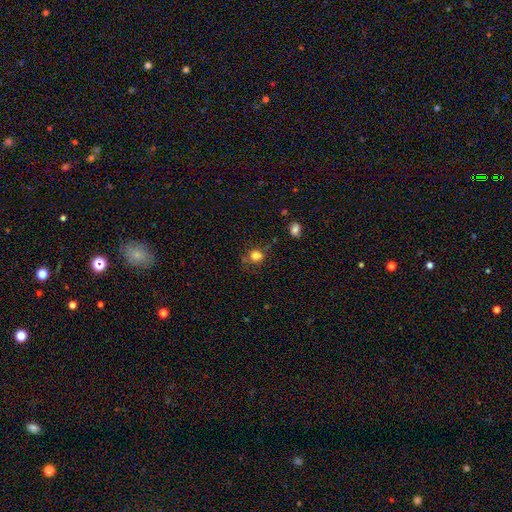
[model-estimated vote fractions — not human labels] Smooth or featured? Predicted: smooth (p=0.78). How rounded? Predicted: round (p=0.75). Merging? Predicted: none (p=0.63).